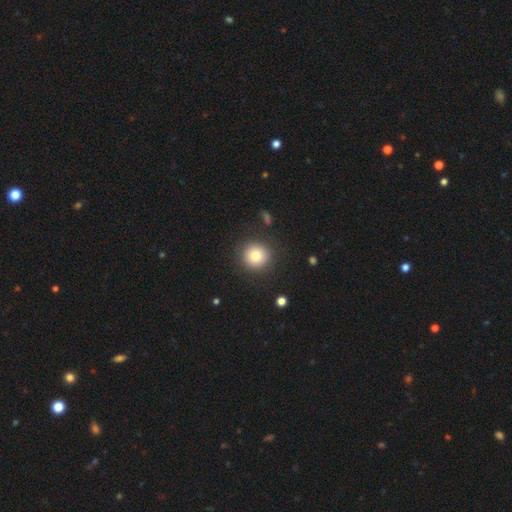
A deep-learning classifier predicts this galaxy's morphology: Q: Smooth or featured?
A: smooth (79%); runner-up: star or artifact (11%)
Q: How rounded?
A: round (93%); runner-up: in between (6%)
Q: Merging?
A: none (87%); runner-up: minor disturbance (8%)